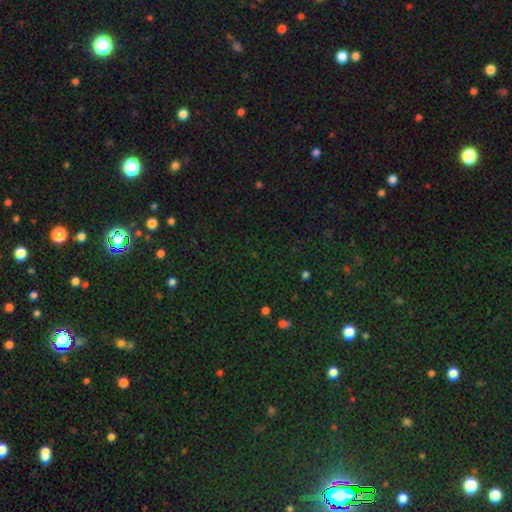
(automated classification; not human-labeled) This is likely a star or artifact rather than a galaxy (75%).